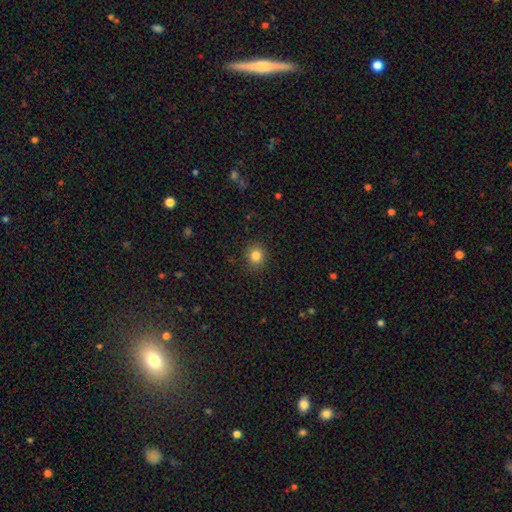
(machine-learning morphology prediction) Smooth or featured? smooth (83%)
How rounded? round (86%)
Merging? none (90%)